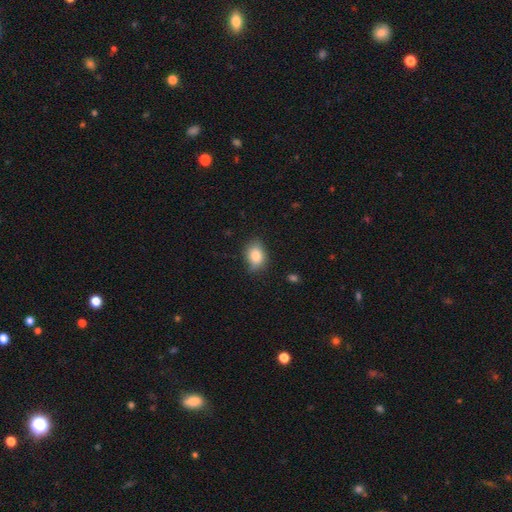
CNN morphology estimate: smooth 83%, featured or disk 8%, star or artifact 8%. Down the decision tree: how rounded — in between (74%); merging — none (76%).